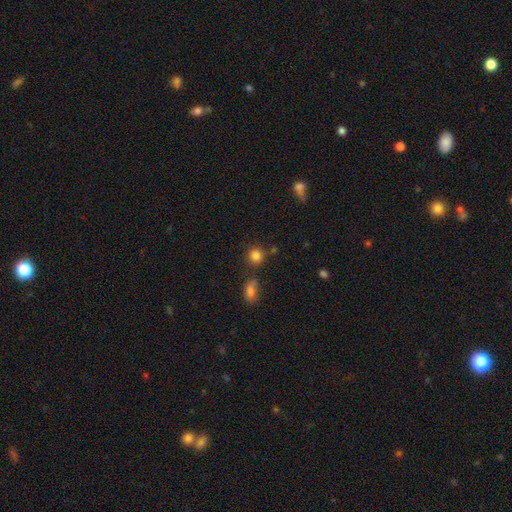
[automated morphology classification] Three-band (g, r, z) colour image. It shows a smooth galaxy with no disk features (83%) that is round (86%). Merging: none (74%).